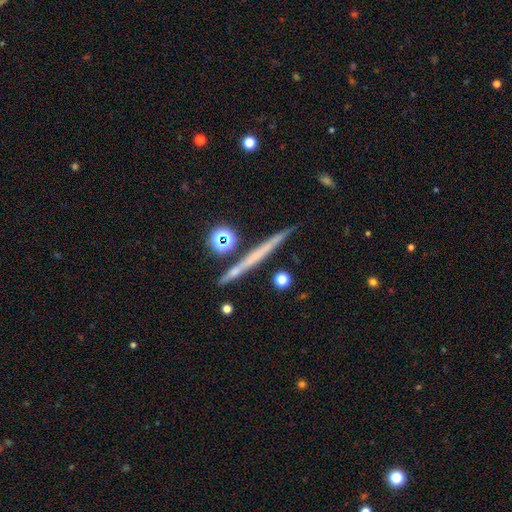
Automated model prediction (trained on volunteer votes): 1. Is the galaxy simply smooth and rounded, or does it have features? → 50% featured or disk, 40% smooth, 10% star or artifact.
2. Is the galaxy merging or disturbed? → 86% none, 8% minor disturbance, 4% merger, 2% major disturbance.